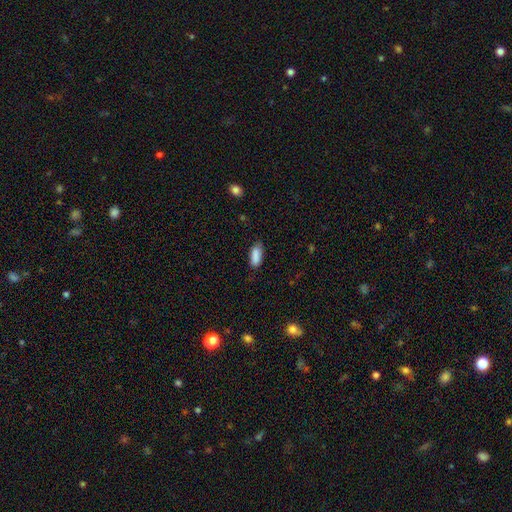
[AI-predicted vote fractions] smooth-or-featured: smooth: 88% | star or artifact: 7% | featured or disk: 5%
  how-rounded: in between: 77% | cigar-shaped: 21% | round: 2%
  merging: none: 79% | minor disturbance: 16% | major disturbance: 3% | merger: 2%